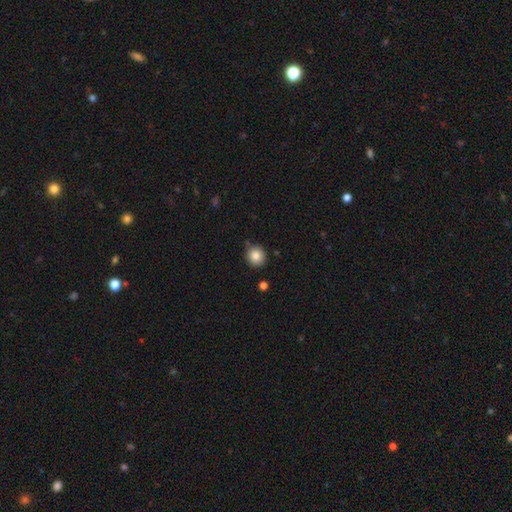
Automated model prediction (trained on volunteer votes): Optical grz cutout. It shows a smooth galaxy with no disk features (85%) that is round (88%). Merging: none (82%).